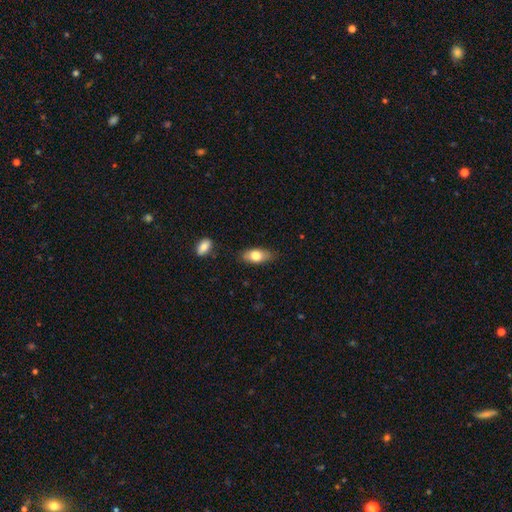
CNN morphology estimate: Smooth or featured? Predicted: smooth (p=0.76). How rounded? Predicted: in between (p=0.86). Merging? Predicted: none (p=0.81).